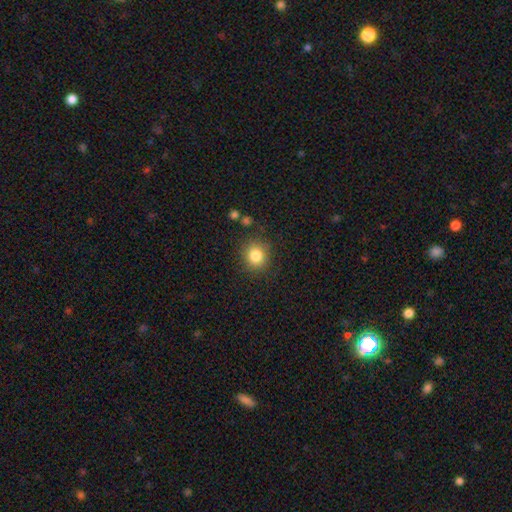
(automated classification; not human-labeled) smooth-or-featured: smooth: 83% | star or artifact: 11% | featured or disk: 6%
  how-rounded: round: 86% | in between: 13% | cigar-shaped: 1%
  merging: none: 86% | minor disturbance: 9% | major disturbance: 3% | merger: 2%